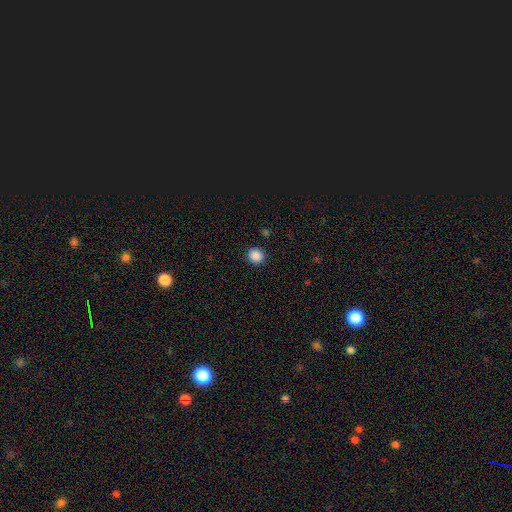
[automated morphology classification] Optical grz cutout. It shows a smooth galaxy with no disk features (87%) that is round (88%). Merging: none (91%).